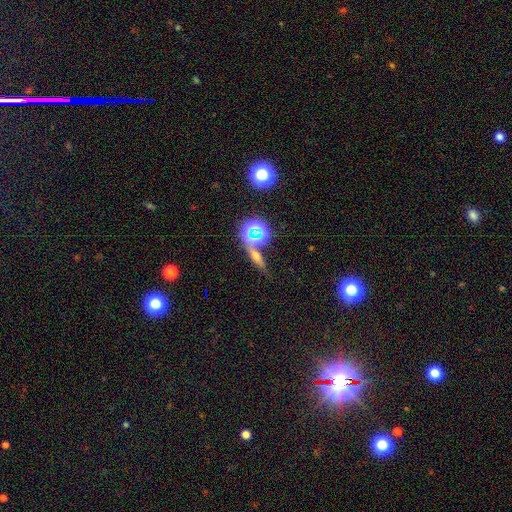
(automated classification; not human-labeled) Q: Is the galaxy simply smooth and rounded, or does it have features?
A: smooth — 43%.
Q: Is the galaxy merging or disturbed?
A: none — 69%.